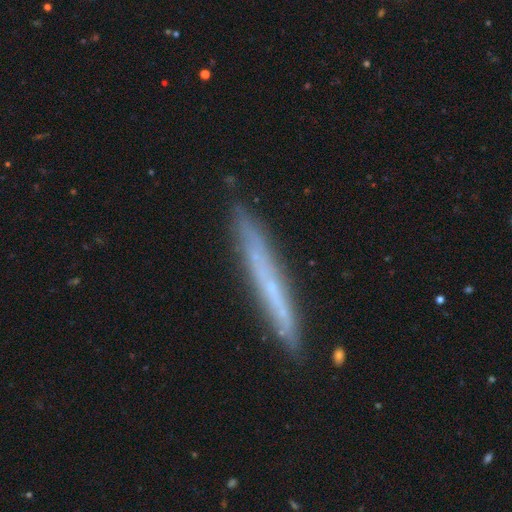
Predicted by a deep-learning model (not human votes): This appears to be a featured or disk galaxy (51%) viewed edge-on (88%). Merging: none (84%).